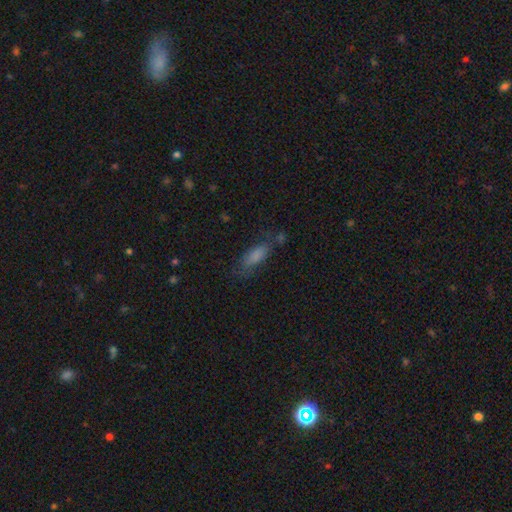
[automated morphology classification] smooth 78%, featured or disk 13%, star or artifact 9%. Down the decision tree: how rounded — in between (66%); merging — none (62%).